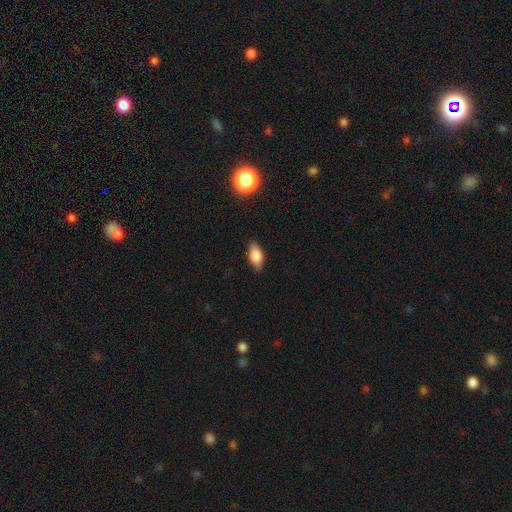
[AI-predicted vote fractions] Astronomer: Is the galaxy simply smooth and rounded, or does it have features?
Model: smooth — 78%.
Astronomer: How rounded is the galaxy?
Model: in between — 86%.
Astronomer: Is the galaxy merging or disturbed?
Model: none — 84%.